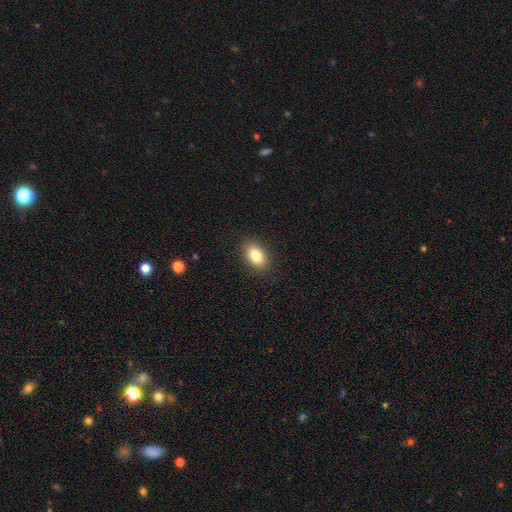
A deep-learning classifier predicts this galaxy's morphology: smooth_or_featured: smooth (p=0.84) [alt: star or artifact p=0.08]
how_rounded: in between (p=0.85) [alt: round p=0.13]
merging: none (p=0.87) [alt: minor disturbance p=0.09]